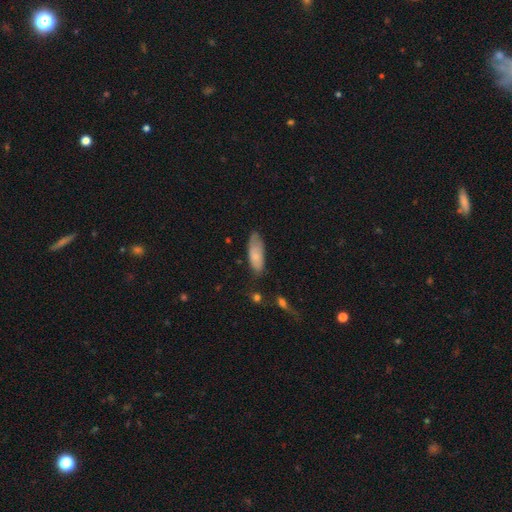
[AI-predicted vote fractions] Smooth or featured? Predicted: smooth (p=0.78). How rounded? Predicted: in between (p=0.74). Merging? Predicted: none (p=0.61).